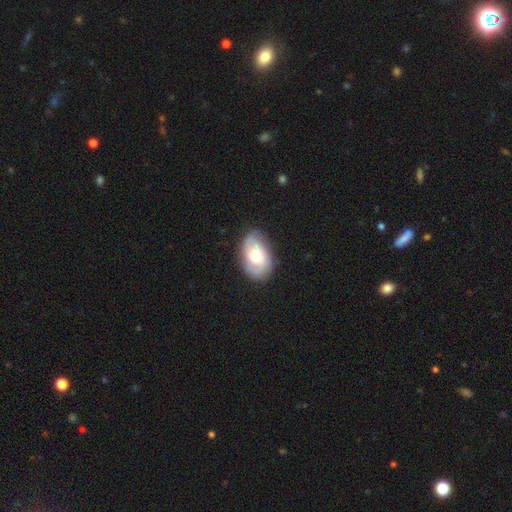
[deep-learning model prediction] Overall: smooth (53%; featured or disk 40%). How rounded: in between (89%). Merging: none (71%).